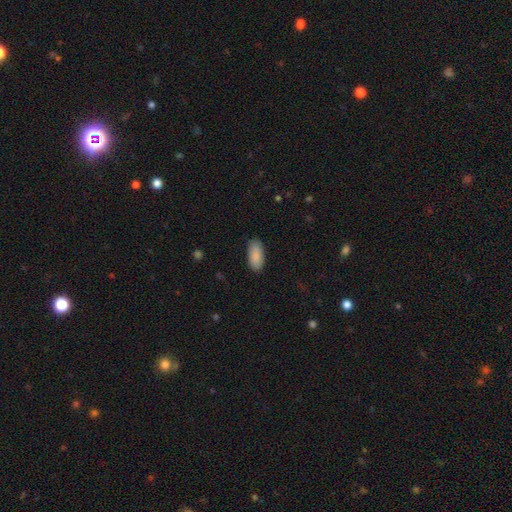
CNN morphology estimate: Smooth or featured: smooth — 90% (star or artifact — 6%)
How rounded: in between — 90% (cigar-shaped — 8%)
Merging: none — 88% (minor disturbance — 9%)